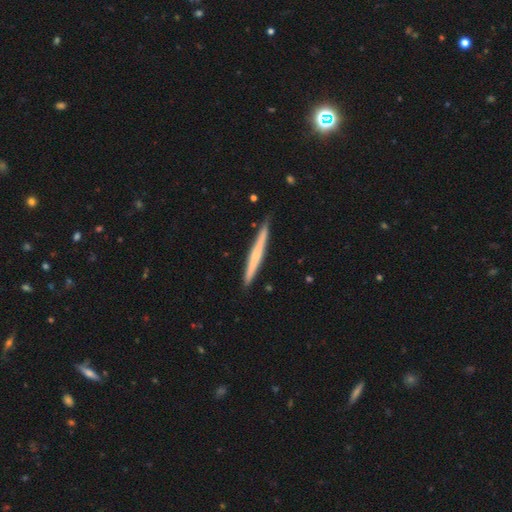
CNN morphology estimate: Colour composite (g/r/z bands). It shows a smooth galaxy with no disk features (49%). Merging: none (89%).